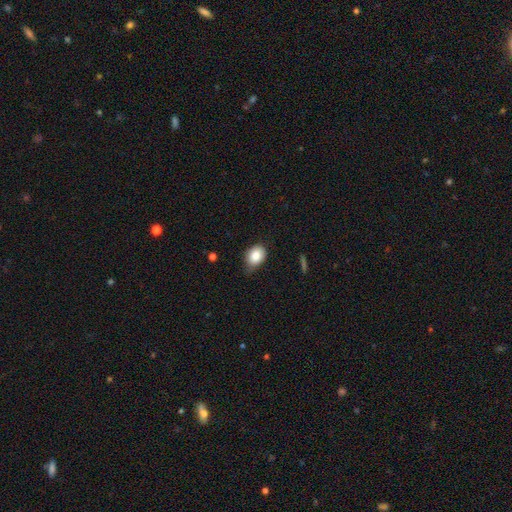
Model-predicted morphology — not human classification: type=smooth (84%); roundness=in between (61%); merging=none (54%).